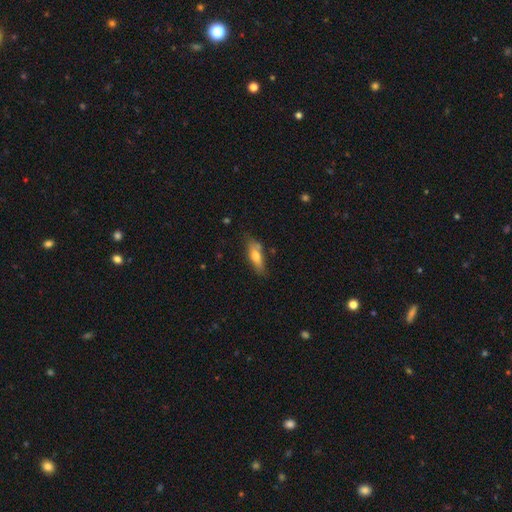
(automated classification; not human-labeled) Q: Smooth or featured?
A: smooth (67%); runner-up: featured or disk (26%)
Q: How rounded?
A: in between (54%); runner-up: cigar-shaped (43%)
Q: Merging?
A: none (64%); runner-up: minor disturbance (24%)